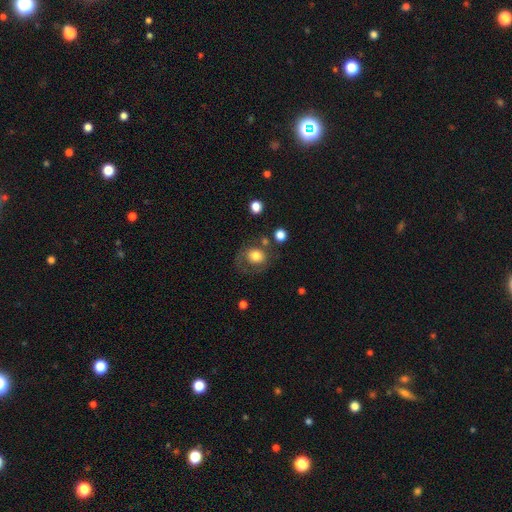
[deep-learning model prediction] Smooth or featured? Predicted: smooth (p=0.71). How rounded? Predicted: round (p=0.73). Merging? Predicted: none (p=0.52).